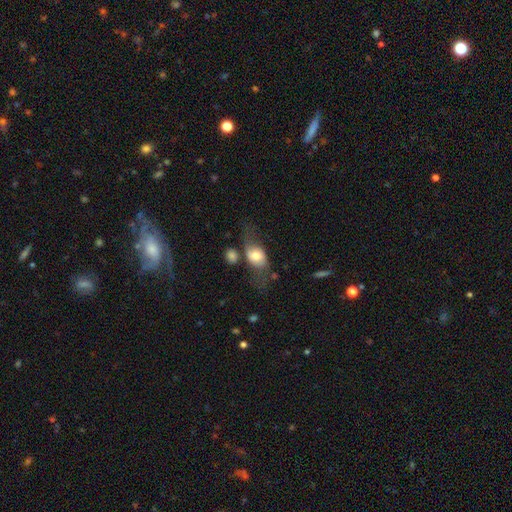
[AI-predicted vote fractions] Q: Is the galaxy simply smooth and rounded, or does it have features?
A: smooth — 57%.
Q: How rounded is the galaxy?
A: in between — 66%.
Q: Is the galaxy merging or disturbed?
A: none — 41%.